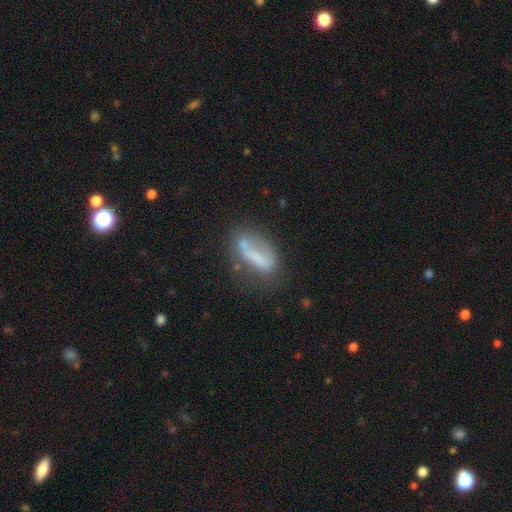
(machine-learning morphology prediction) A smooth galaxy with no disk features (53%) that is in between round and cigar-shaped (61%).

Vote fractions:
- Smooth or featured? smooth: 53% / featured or disk: 37% / star or artifact: 11%
- How rounded? in between: 61% / cigar-shaped: 34% / round: 5%
- Merging? none: 44% / minor disturbance: 25% / major disturbance: 20% / merger: 12%